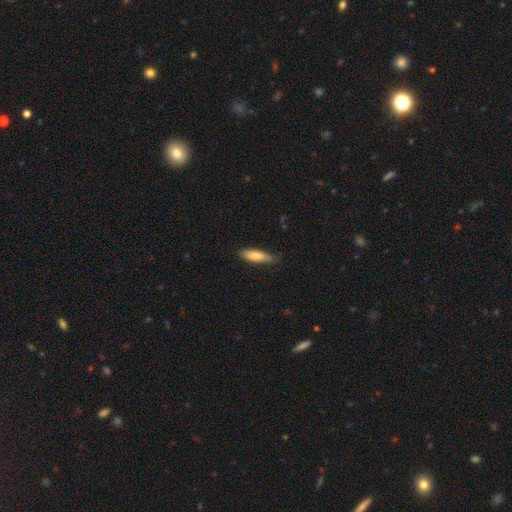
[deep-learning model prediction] smooth_or_featured: smooth (p=0.79) [alt: featured or disk p=0.15]
how_rounded: cigar-shaped (p=0.64) [alt: in between p=0.34]
merging: none (p=0.74) [alt: minor disturbance p=0.22]